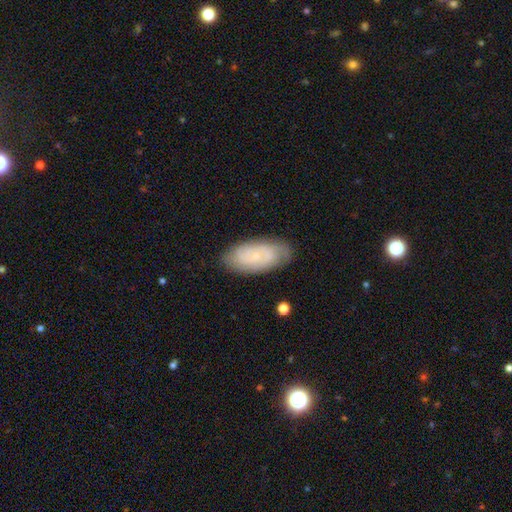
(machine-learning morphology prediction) This is possibly a featured or disk galaxy (58%). It is clearly not viewed edge-on (93%). Bar: likely no (72%). Spiral arm pattern: clearly yes (84%). Central bulge: clearly small (80%). Merging: likely none (79%).